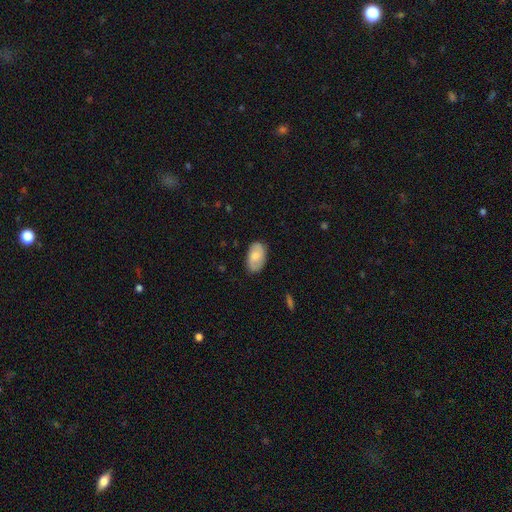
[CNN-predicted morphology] This appears to be a smooth galaxy with no disk features (59%) that is in between round and cigar-shaped (93%). Merging: none (81%).